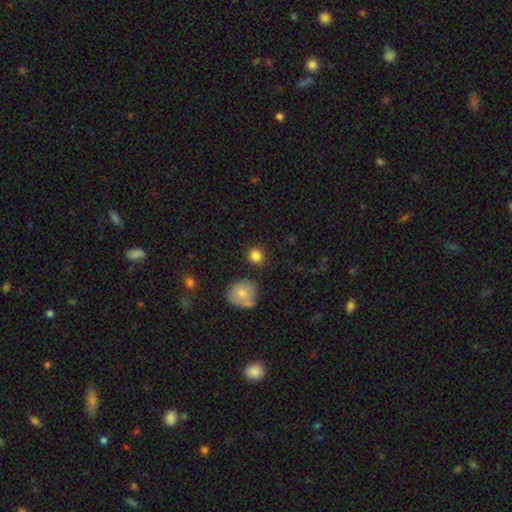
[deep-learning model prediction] smooth-or-featured: smooth: 85% | star or artifact: 10% | featured or disk: 5%
  how-rounded: round: 89% | in between: 10% | cigar-shaped: 1%
  merging: none: 85% | minor disturbance: 8% | merger: 4% | major disturbance: 3%